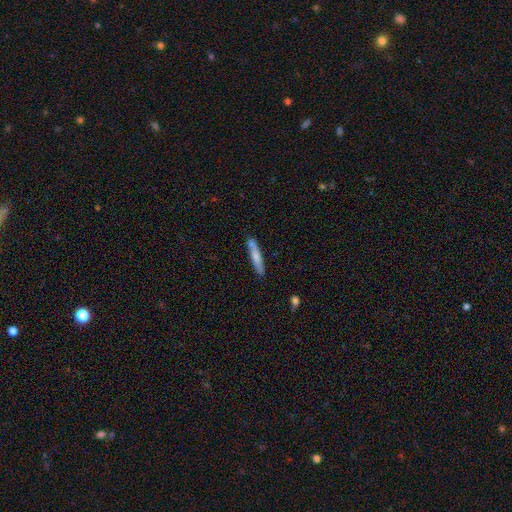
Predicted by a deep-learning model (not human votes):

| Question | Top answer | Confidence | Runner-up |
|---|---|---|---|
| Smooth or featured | smooth | 65% | featured or disk (29%) |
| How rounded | cigar-shaped | 91% | in between (8%) |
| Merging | none | 75% | minor disturbance (14%) |